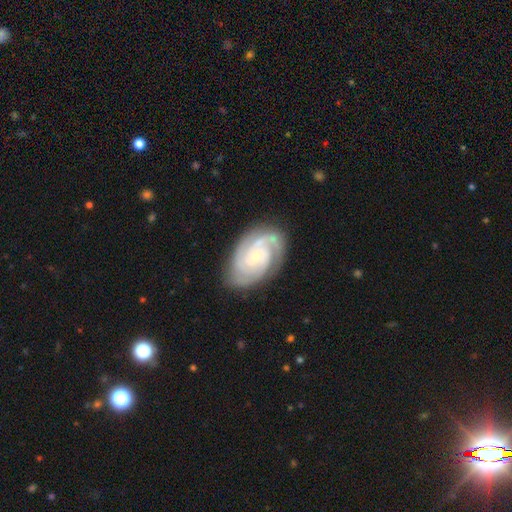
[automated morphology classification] smooth_or_featured: featured or disk (p=0.91) [alt: smooth p=0.05]
disk_edge_on: no (p=0.98) [alt: yes p=0.02]
bar: no (p=0.63) [alt: weak p=0.30]
has_spiral_arms: yes (p=0.98) [alt: no p=0.02]
spiral_winding: tight (p=0.67) [alt: medium p=0.30]
spiral_arm_count: 3 (p=0.44) [alt: 2 p=0.28]
bulge_size: small (p=0.78) [alt: moderate p=0.17]
merging: none (p=0.79) [alt: minor disturbance p=0.15]